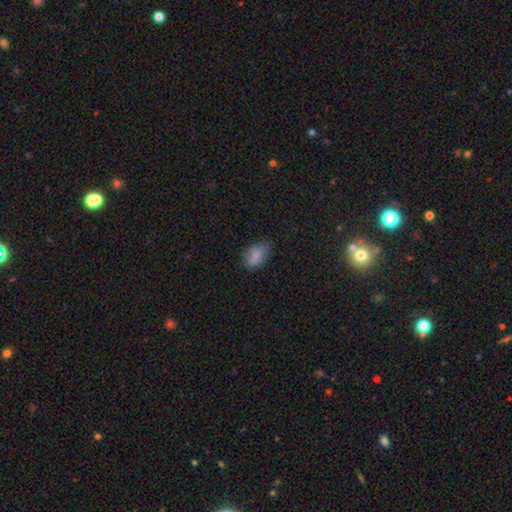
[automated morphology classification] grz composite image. It shows a smooth galaxy with no disk features (84%) that is in between round and cigar-shaped (90%). Merging: none (71%).